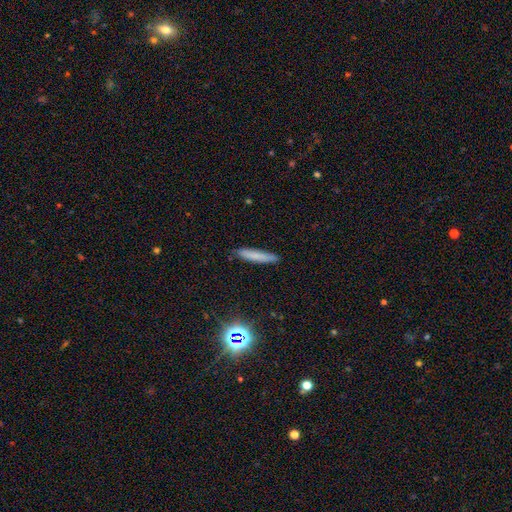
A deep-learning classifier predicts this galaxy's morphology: Smooth or featured?
  - smooth: 75% *
  - featured or disk: 15%
  - star or artifact: 10%
How rounded?
  - cigar-shaped: 91% *
  - in between: 7%
  - round: 2%
Merging?
  - none: 88% *
  - minor disturbance: 9%
  - major disturbance: 2%
  - merger: 1%